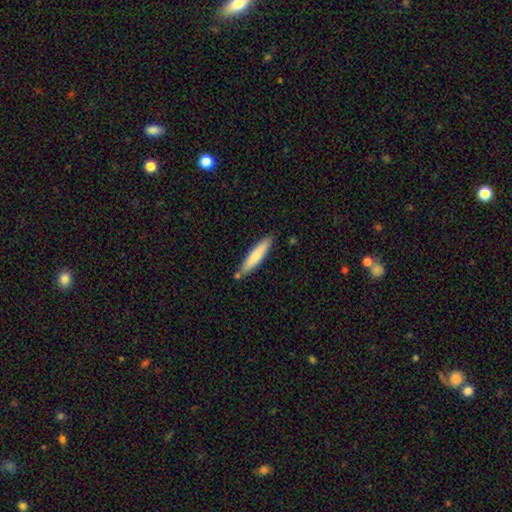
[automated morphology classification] A smooth galaxy with no disk features (72%) that is cigar-shaped (88%).

Vote fractions:
- Smooth or featured? smooth: 72% / featured or disk: 22% / star or artifact: 5%
- How rounded? cigar-shaped: 88% / in between: 11% / round: 1%
- Merging? none: 79% / minor disturbance: 13% / merger: 7% / major disturbance: 2%